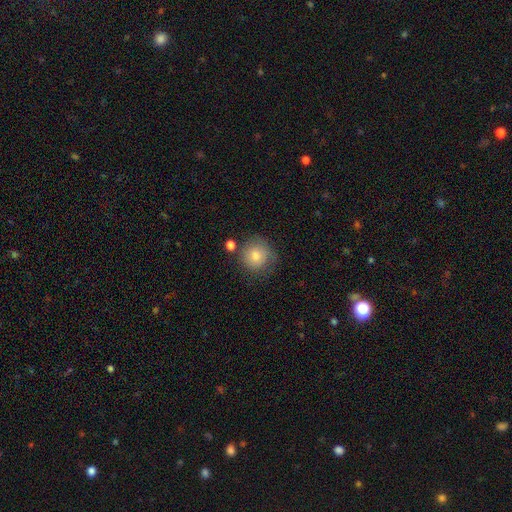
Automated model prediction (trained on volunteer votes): smooth_or_featured: smooth (p=0.76) [alt: featured or disk p=0.14]
how_rounded: round (p=0.91) [alt: in between p=0.08]
merging: none (p=0.73) [alt: minor disturbance p=0.17]